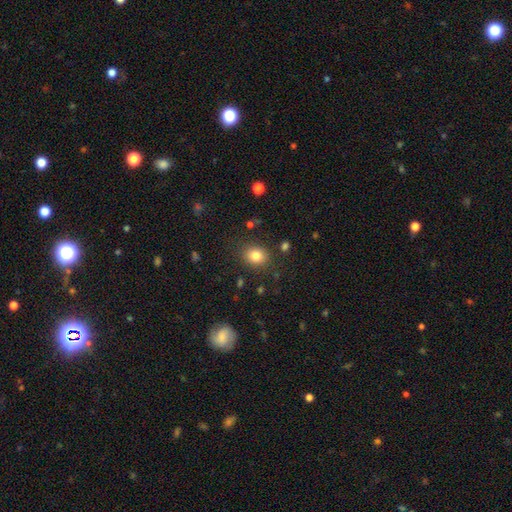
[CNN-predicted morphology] Smooth or featured?
  - smooth: 81% *
  - star or artifact: 11%
  - featured or disk: 8%
How rounded?
  - round: 63% *
  - in between: 37%
  - cigar-shaped: 1%
Merging?
  - none: 86% *
  - minor disturbance: 9%
  - major disturbance: 3%
  - merger: 2%